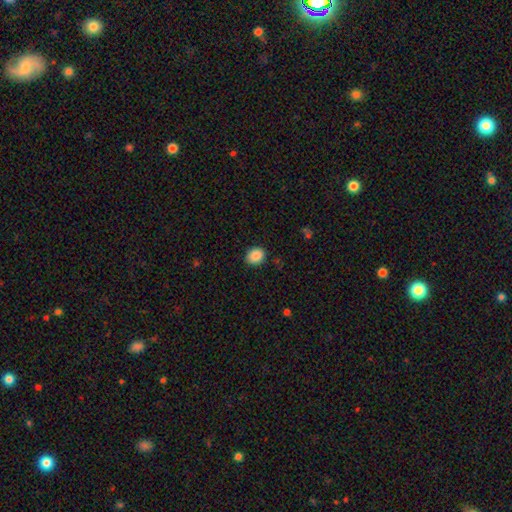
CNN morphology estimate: smooth-or-featured: smooth: 88% | star or artifact: 8% | featured or disk: 3%
  how-rounded: round: 58% | in between: 41% | cigar-shaped: 1%
  merging: none: 88% | minor disturbance: 8% | major disturbance: 2% | merger: 1%